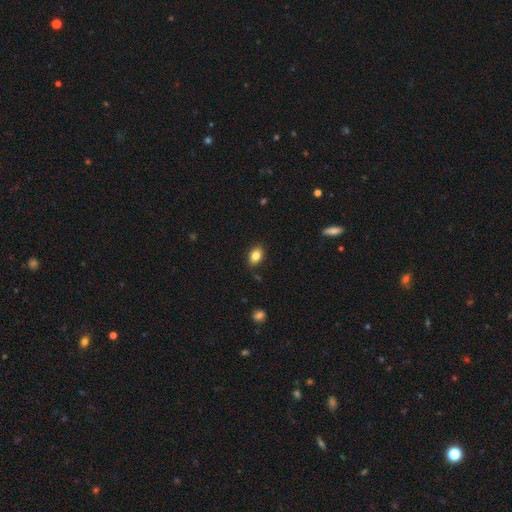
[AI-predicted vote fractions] Smooth or featured? smooth (84%)
How rounded? in between (80%)
Merging? none (84%)